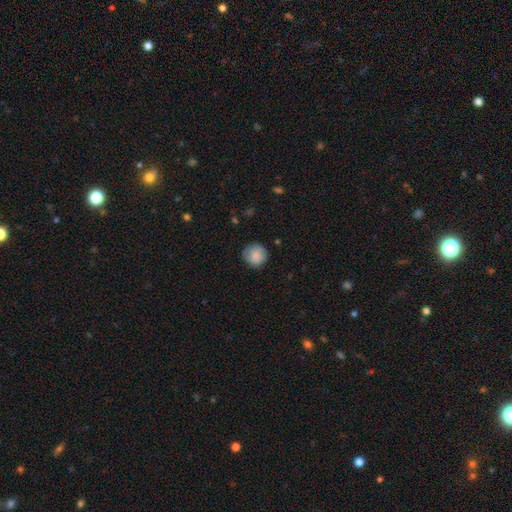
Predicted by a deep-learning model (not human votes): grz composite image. It shows a smooth galaxy with no disk features (85%) that is round (92%). Merging: none (81%).